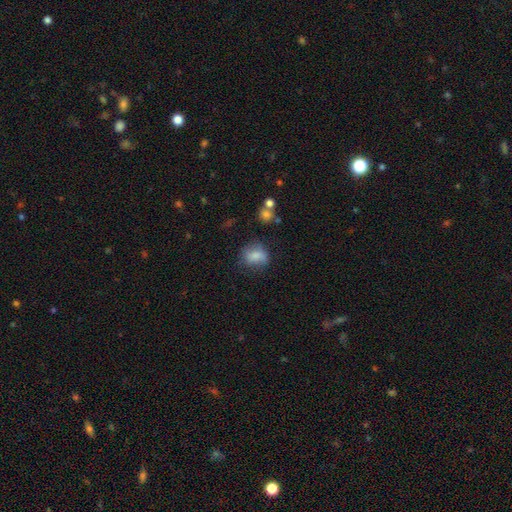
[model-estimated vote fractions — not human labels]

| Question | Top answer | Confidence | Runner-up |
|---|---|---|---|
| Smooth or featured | smooth | 78% | featured or disk (13%) |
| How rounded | round | 51% | in between (47%) |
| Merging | none | 62% | minor disturbance (26%) |